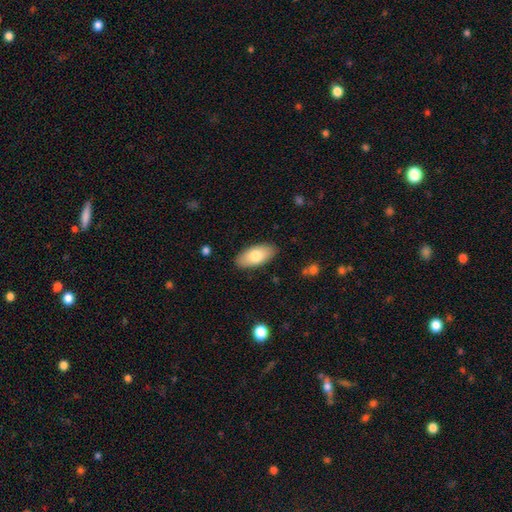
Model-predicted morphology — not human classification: A smooth galaxy with no disk features (77%) that is in between round and cigar-shaped (91%).

Vote fractions:
- Smooth or featured? smooth: 77% / featured or disk: 17% / star or artifact: 6%
- How rounded? in between: 91% / cigar-shaped: 6% / round: 2%
- Merging? none: 88% / minor disturbance: 9% / major disturbance: 2% / merger: 1%